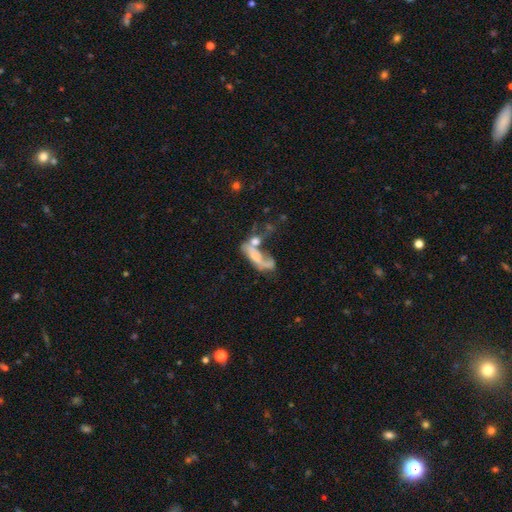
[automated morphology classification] Q: Smooth or featured?
A: featured or disk (49%); runner-up: smooth (39%)
Q: Merging?
A: merger (48%); runner-up: major disturbance (27%)